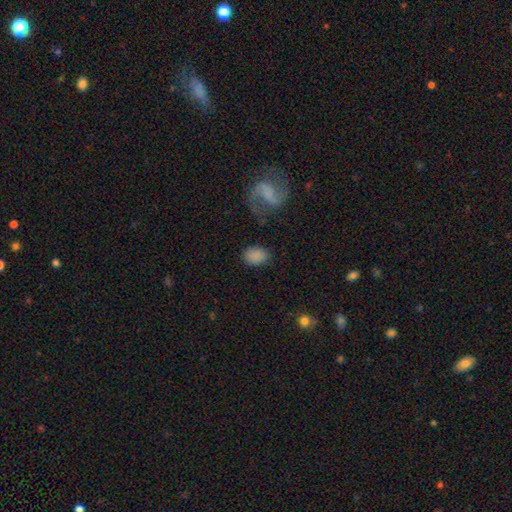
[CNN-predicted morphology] A smooth galaxy with no disk features (82%) that is in between round and cigar-shaped (64%). Merging: none (75%).